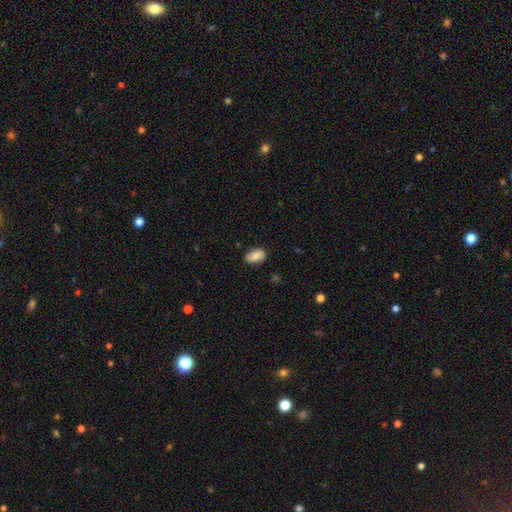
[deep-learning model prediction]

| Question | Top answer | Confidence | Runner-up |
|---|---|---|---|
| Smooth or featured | smooth | 74% | featured or disk (19%) |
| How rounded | in between | 91% | round (7%) |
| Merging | none | 78% | minor disturbance (18%) |